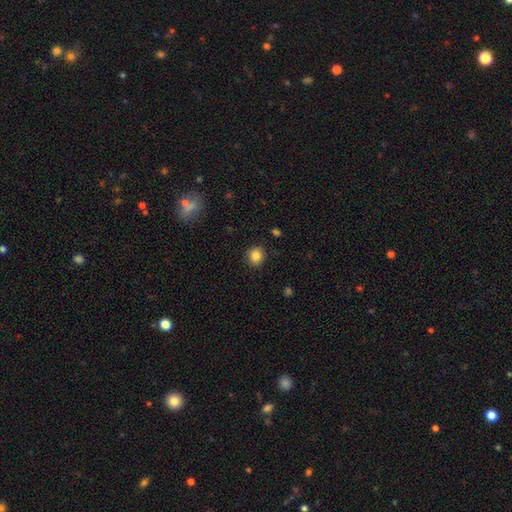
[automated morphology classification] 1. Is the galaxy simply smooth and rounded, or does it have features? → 85% smooth, 10% star or artifact, 5% featured or disk.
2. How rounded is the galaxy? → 84% round, 15% in between, 1% cigar-shaped.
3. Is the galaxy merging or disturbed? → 89% none, 7% minor disturbance, 2% major disturbance, 1% merger.